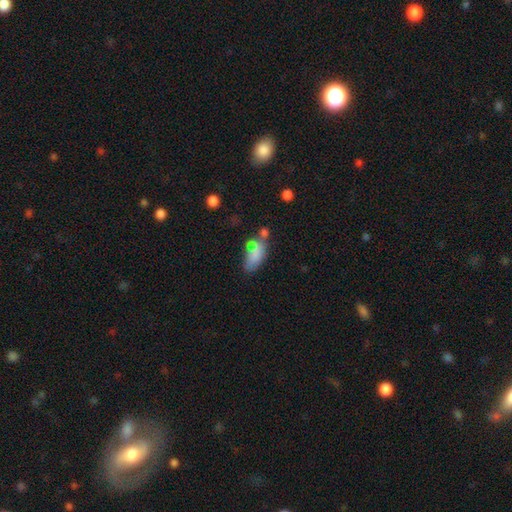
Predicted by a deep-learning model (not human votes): A smooth galaxy with no disk features (68%) that is in between round and cigar-shaped (89%). Merging: none (29%).